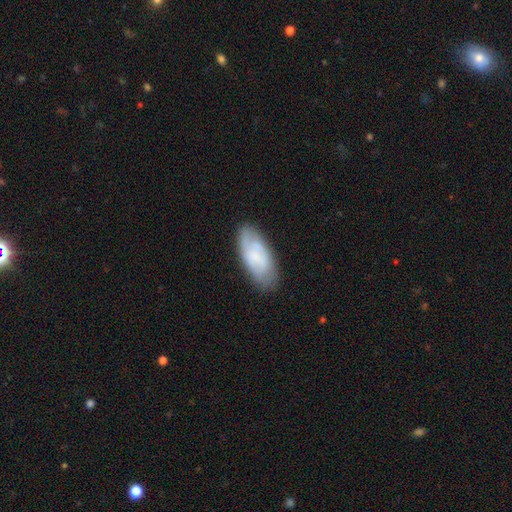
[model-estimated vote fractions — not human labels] Q: Smooth or featured?
A: smooth (55%); runner-up: featured or disk (38%)
Q: How rounded?
A: in between (86%); runner-up: cigar-shaped (12%)
Q: Merging?
A: none (75%); runner-up: minor disturbance (18%)